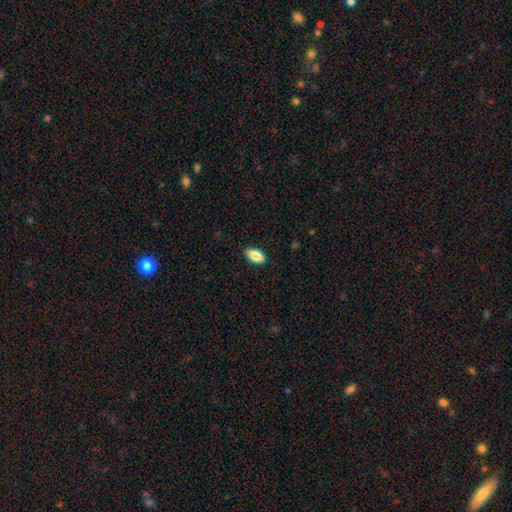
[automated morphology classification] smooth 84%, featured or disk 9%, star or artifact 7%. Down the decision tree: how rounded — in between (92%); merging — none (88%).